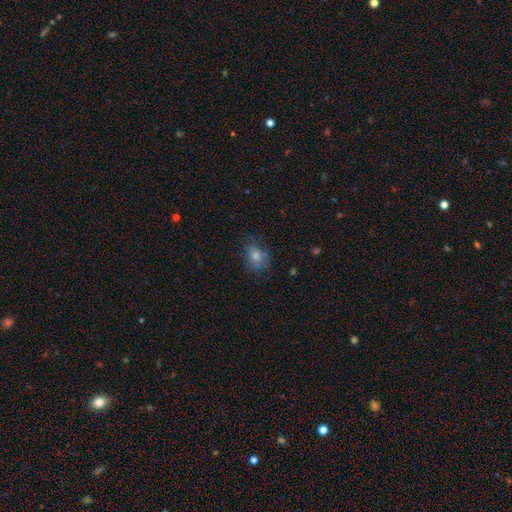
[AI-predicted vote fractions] Smooth or featured? smooth (67%)
How rounded? in between (56%)
Merging? none (67%)